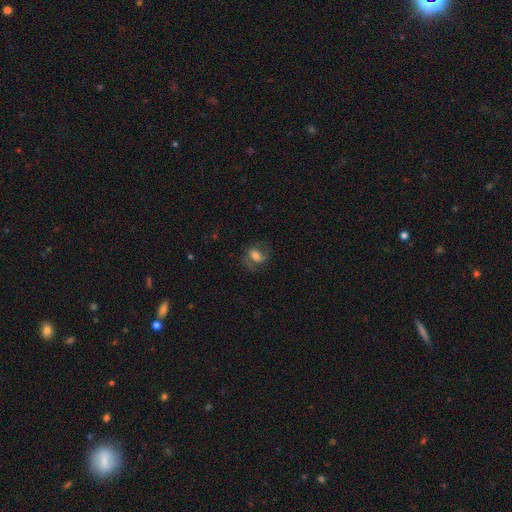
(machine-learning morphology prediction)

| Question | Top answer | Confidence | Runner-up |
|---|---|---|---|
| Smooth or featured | featured or disk | 47% | smooth (43%) |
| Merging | none | 62% | minor disturbance (20%) |